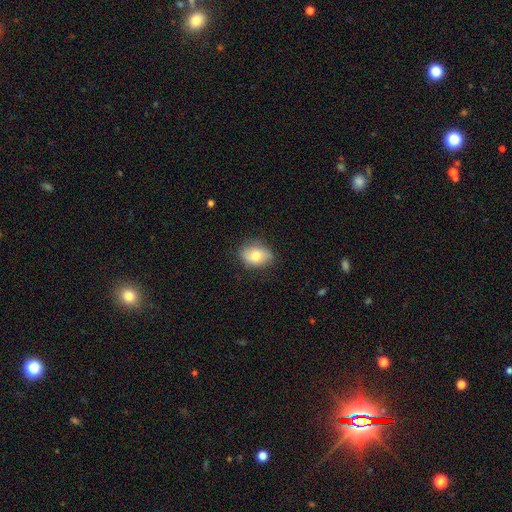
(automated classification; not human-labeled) smooth-or-featured: smooth: 73% | featured or disk: 19% | star or artifact: 8%
  how-rounded: in between: 67% | round: 32% | cigar-shaped: 1%
  merging: none: 79% | minor disturbance: 16% | major disturbance: 4% | merger: 1%